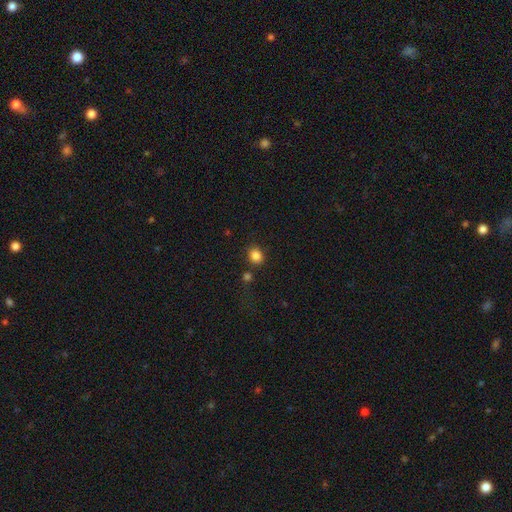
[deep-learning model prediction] This is clearly a smooth galaxy (84%). How rounded: likely round (70%). Merging: likely none (79%).